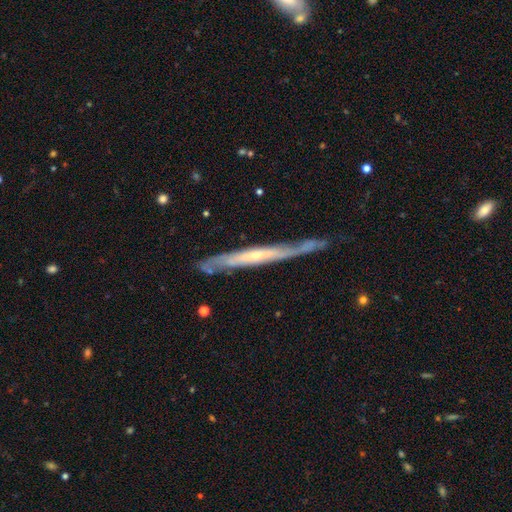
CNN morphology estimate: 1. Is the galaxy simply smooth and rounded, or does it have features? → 76% featured or disk, 18% smooth, 5% star or artifact.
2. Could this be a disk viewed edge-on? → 84% yes, 16% no.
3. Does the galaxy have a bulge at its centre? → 56% none, 39% rounded, 5% boxy.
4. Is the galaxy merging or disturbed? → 68% none, 24% minor disturbance, 5% major disturbance, 3% merger.